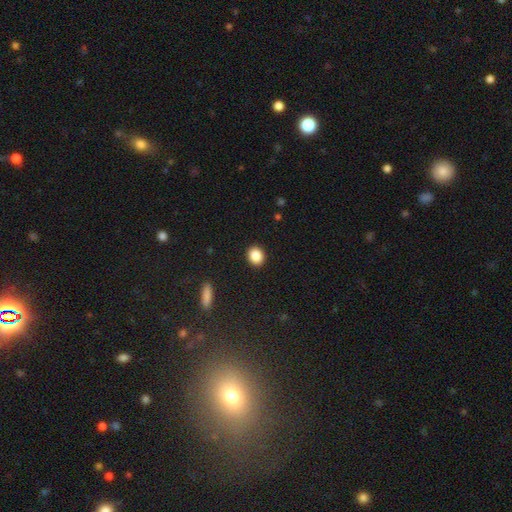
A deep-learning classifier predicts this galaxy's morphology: smooth 87%, star or artifact 9%, featured or disk 4%. Down the decision tree: how rounded — round (59%); merging — none (91%).